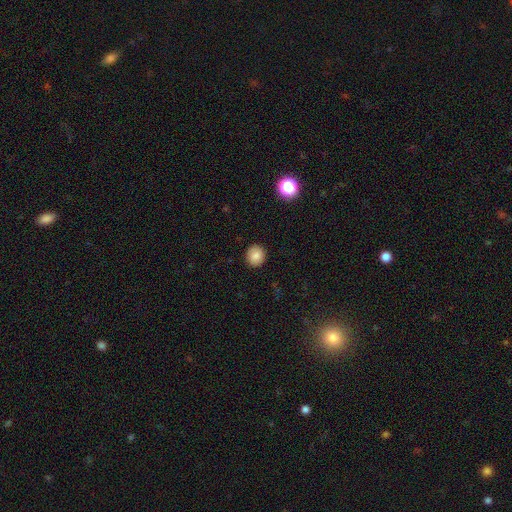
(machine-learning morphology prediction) The model was most divided on "how rounded": round: 84%, in between: 15%, cigar-shaped: 1%. More confident: merging — none (91%); smooth or featured — smooth (85%).